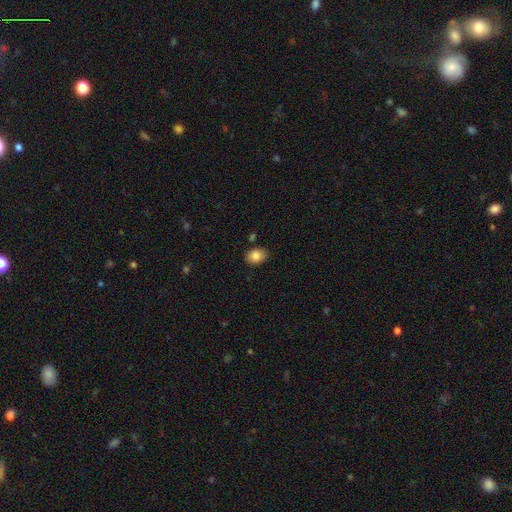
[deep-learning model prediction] Smooth or featured? smooth (86%)
How rounded? in between (72%)
Merging? none (82%)